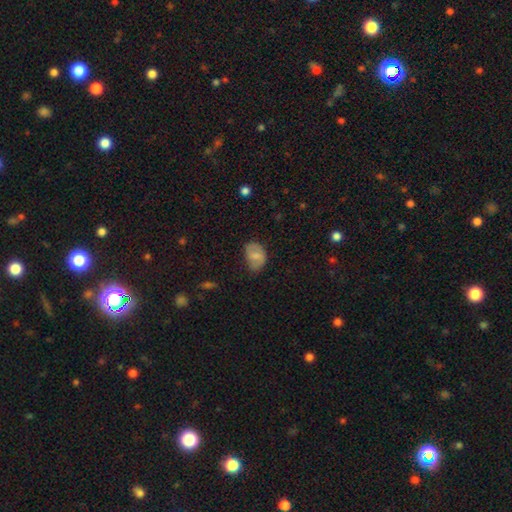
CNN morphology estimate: smooth_or_featured: smooth (p=0.70) [alt: featured or disk p=0.22]
how_rounded: in between (p=0.81) [alt: round p=0.17]
merging: none (p=0.55) [alt: minor disturbance p=0.33]